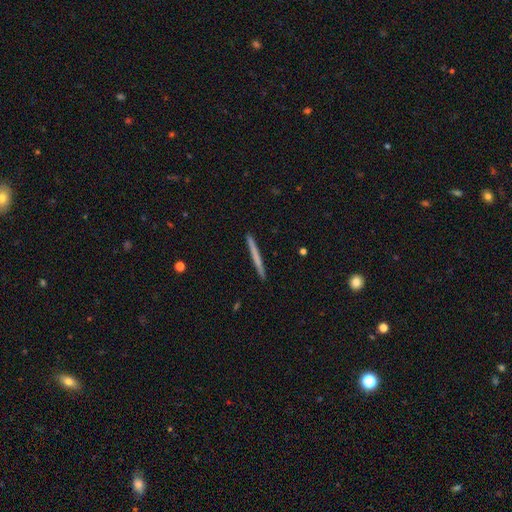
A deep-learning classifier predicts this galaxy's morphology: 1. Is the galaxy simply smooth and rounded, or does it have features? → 56% smooth, 39% featured or disk, 5% star or artifact.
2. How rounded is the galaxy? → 97% cigar-shaped, 2% in between, 1% round.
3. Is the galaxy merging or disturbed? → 92% none, 5% minor disturbance, 1% major disturbance, 1% merger.